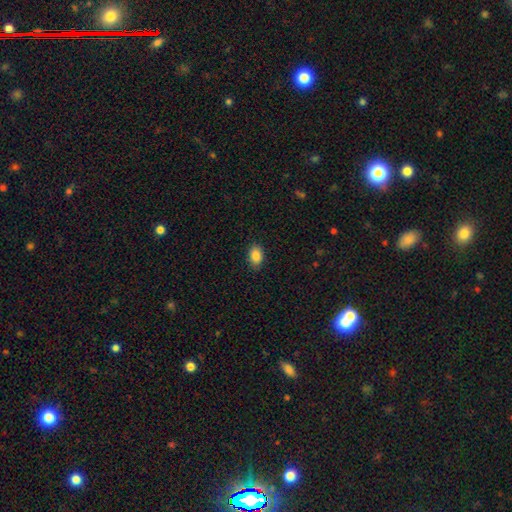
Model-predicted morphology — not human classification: type=smooth (87%); roundness=in between (87%); merging=none (87%).